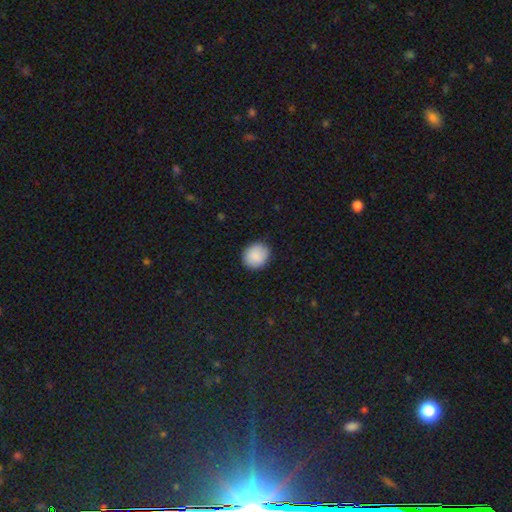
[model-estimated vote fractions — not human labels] smooth-or-featured: smooth: 89% | star or artifact: 7% | featured or disk: 4%
  how-rounded: round: 79% | in between: 20% | cigar-shaped: 1%
  merging: none: 88% | minor disturbance: 9% | major disturbance: 2% | merger: 1%